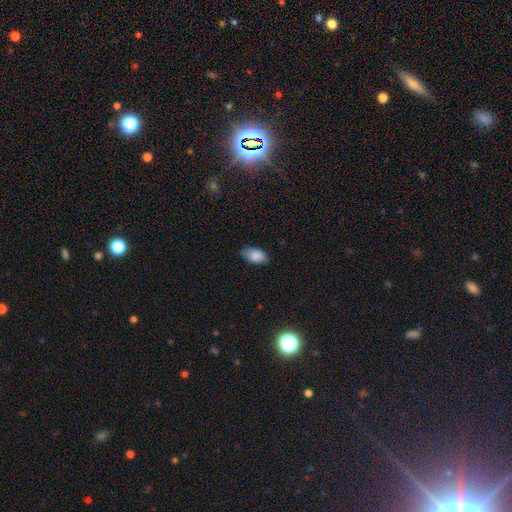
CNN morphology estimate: A smooth galaxy with no disk features (87%) that is in between round and cigar-shaped (94%).

Vote fractions:
- Smooth or featured? smooth: 87% / star or artifact: 7% / featured or disk: 6%
- How rounded? in between: 94% / round: 5% / cigar-shaped: 2%
- Merging? none: 77% / minor disturbance: 18% / major disturbance: 3% / merger: 1%